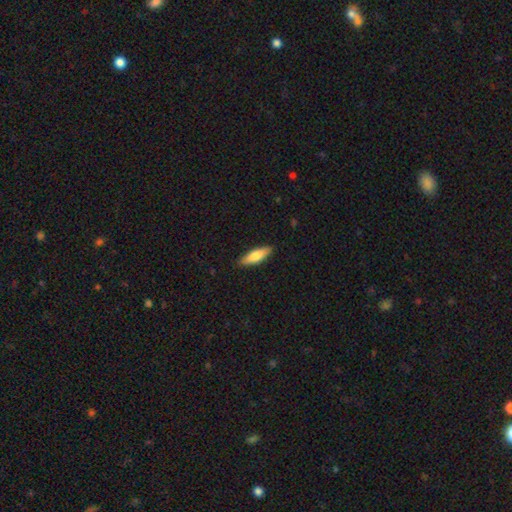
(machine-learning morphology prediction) The model was most divided on "how rounded": cigar-shaped: 51%, in between: 47%, round: 2%. More confident: merging — none (88%); smooth or featured — smooth (76%).